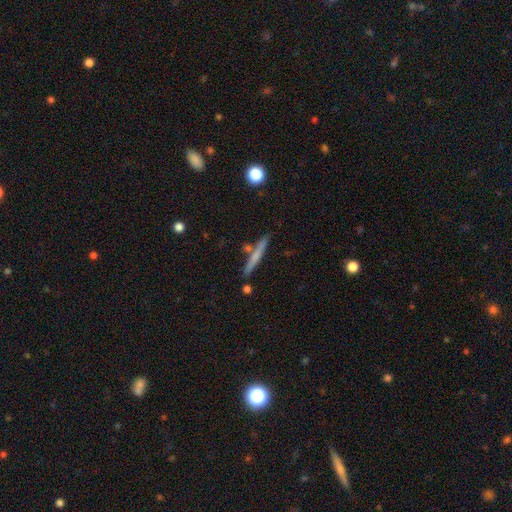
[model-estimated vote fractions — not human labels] This is possibly a smooth galaxy (53%). How rounded: clearly cigar-shaped (95%). Merging: clearly none (81%).